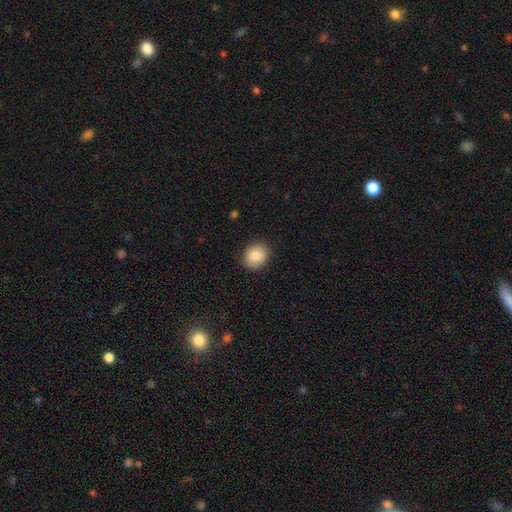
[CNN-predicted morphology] smooth_or_featured: smooth (p=0.85) [alt: star or artifact p=0.08]
how_rounded: round (p=0.66) [alt: in between p=0.33]
merging: none (p=0.88) [alt: minor disturbance p=0.09]